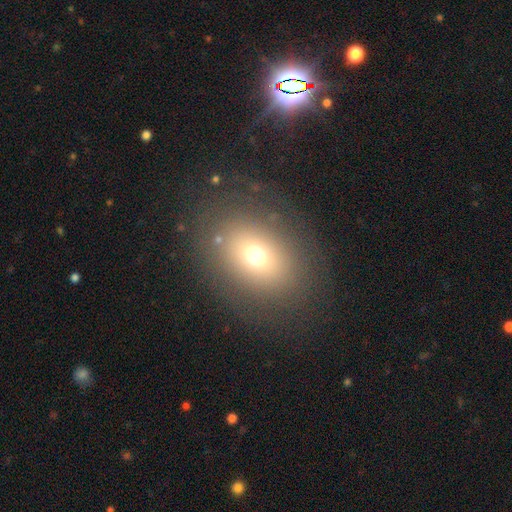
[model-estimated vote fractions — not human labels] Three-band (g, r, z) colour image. It shows a smooth galaxy with no disk features (67%) that is in between round and cigar-shaped (58%). Merging: none (81%).